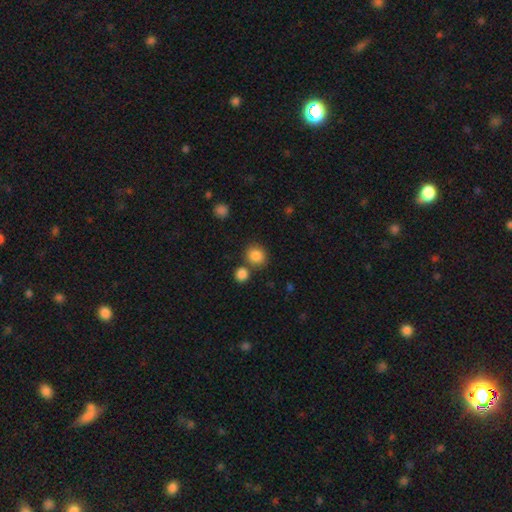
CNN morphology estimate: Smooth or featured? Predicted: smooth (p=0.86). How rounded? Predicted: round (p=0.79). Merging? Predicted: none (p=0.70).